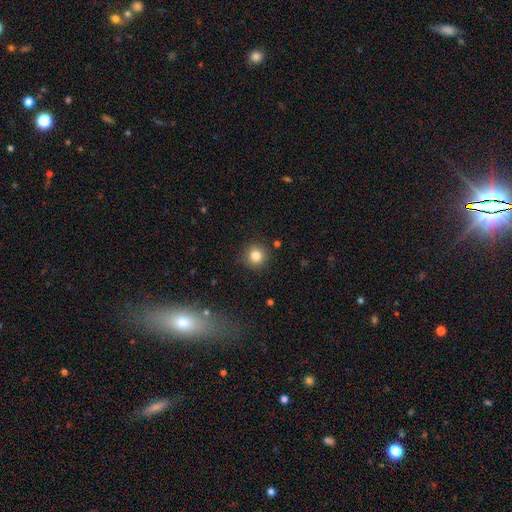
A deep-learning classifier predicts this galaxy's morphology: Smooth or featured: smooth — 82% (star or artifact — 12%)
How rounded: round — 93% (in between — 6%)
Merging: none — 89% (minor disturbance — 7%)